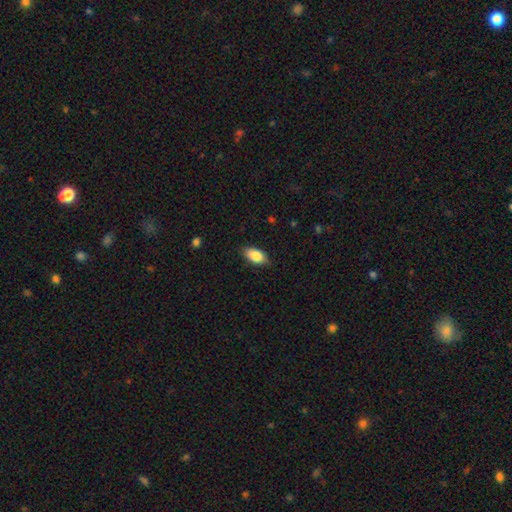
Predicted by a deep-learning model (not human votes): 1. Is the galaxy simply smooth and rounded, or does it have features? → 87% smooth, 7% star or artifact, 7% featured or disk.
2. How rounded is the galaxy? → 92% in between, 5% cigar-shaped, 4% round.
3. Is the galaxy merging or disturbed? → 84% none, 13% minor disturbance, 2% major disturbance, 1% merger.